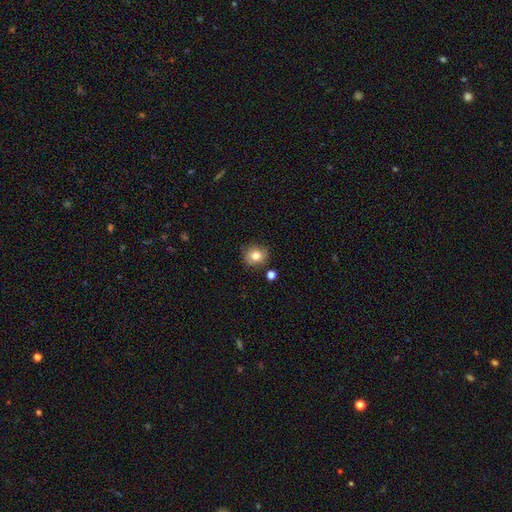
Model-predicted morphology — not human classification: A smooth galaxy with no disk features (77%) that is round (84%). Merging: none (81%).